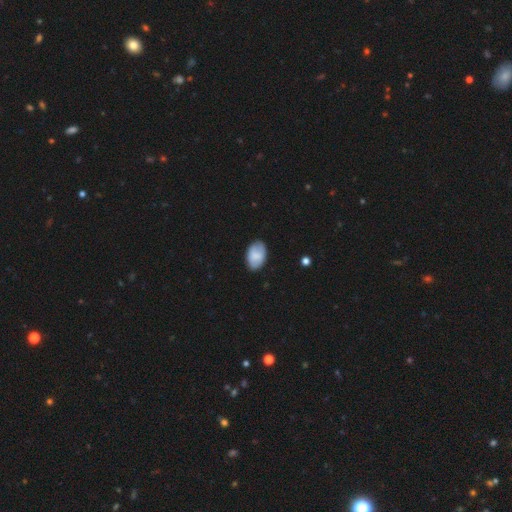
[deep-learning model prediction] Overall: smooth (74%). How rounded: in between (90%). Merging: none (79%).